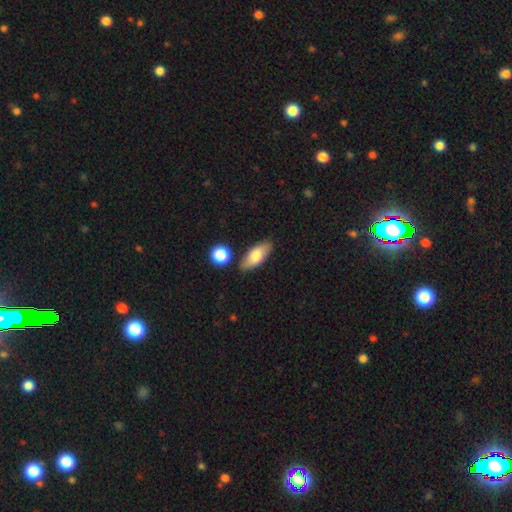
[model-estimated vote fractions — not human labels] Q: Smooth or featured?
A: smooth (75%); runner-up: featured or disk (19%)
Q: How rounded?
A: in between (82%); runner-up: cigar-shaped (15%)
Q: Merging?
A: none (79%); runner-up: minor disturbance (12%)